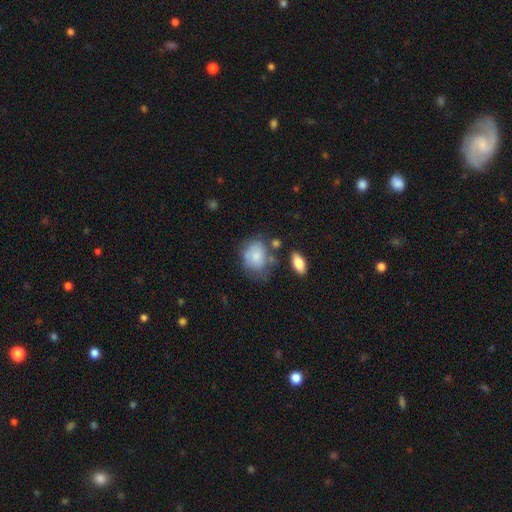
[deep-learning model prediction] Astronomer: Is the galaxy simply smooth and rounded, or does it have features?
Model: smooth — 73%.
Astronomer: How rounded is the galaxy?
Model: in between — 59% (runner-up: round, 40%).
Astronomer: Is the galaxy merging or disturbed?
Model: none — 44% (runner-up: minor disturbance, 29%).